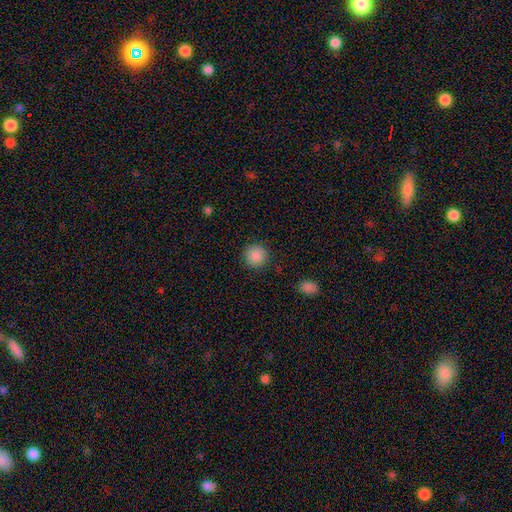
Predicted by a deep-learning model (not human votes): Smooth or featured? Predicted: smooth (p=0.88). How rounded? Predicted: round (p=0.95). Merging? Predicted: none (p=0.91).